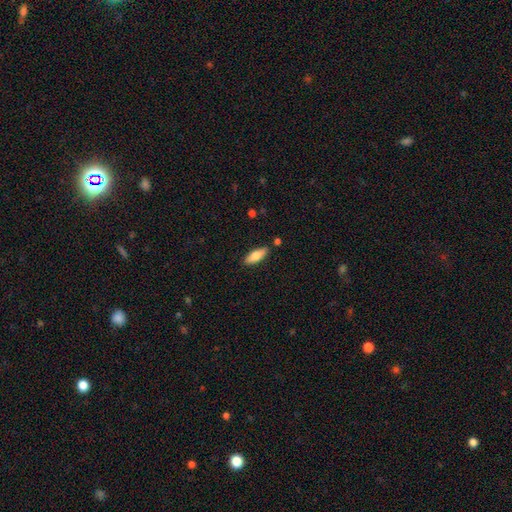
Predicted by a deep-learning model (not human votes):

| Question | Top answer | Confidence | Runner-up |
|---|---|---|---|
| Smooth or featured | smooth | 79% | featured or disk (15%) |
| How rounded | in between | 72% | cigar-shaped (26%) |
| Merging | none | 84% | minor disturbance (11%) |